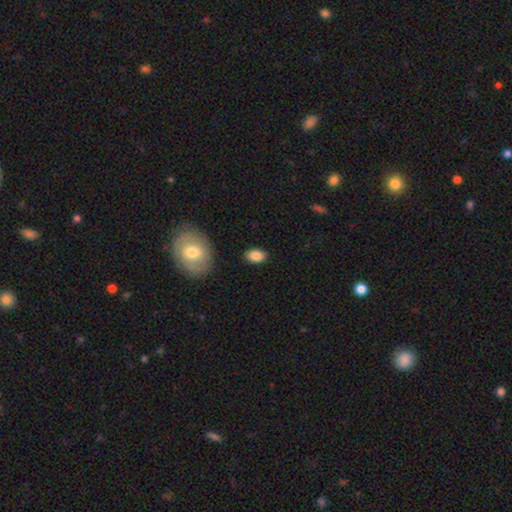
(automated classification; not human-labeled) Smooth or featured? smooth (86%)
How rounded? in between (86%)
Merging? none (86%)